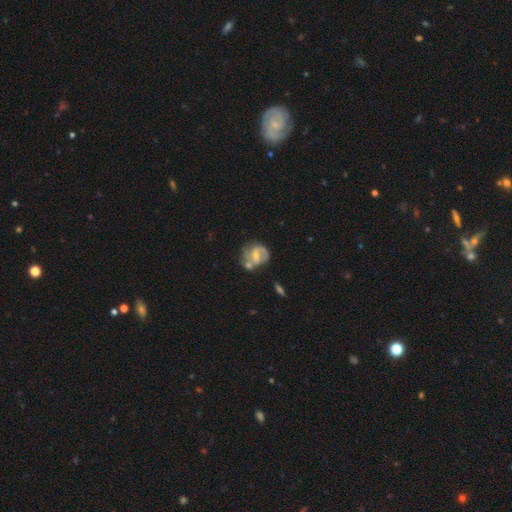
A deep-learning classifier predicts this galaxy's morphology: Smooth or featured? featured or disk (77%)
Edge-on disk? no (97%)
Bar? weak (50%)
Spiral arms? yes (89%)
Spiral winding? medium (49%)
Spiral arm count? 2 (75%)
Bulge size? small (50%)
Merging? none (47%)